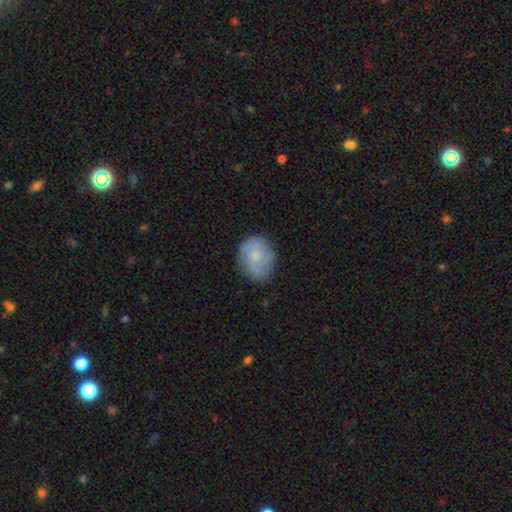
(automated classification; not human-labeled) Q: Smooth or featured?
A: featured or disk (57%); runner-up: smooth (36%)
Q: Edge-on disk?
A: no (98%); runner-up: yes (2%)
Q: Bar?
A: no (73%); runner-up: weak (24%)
Q: Spiral arms?
A: yes (89%); runner-up: no (11%)
Q: Bulge size?
A: small (61%); runner-up: moderate (29%)
Q: Merging?
A: none (78%); runner-up: minor disturbance (16%)